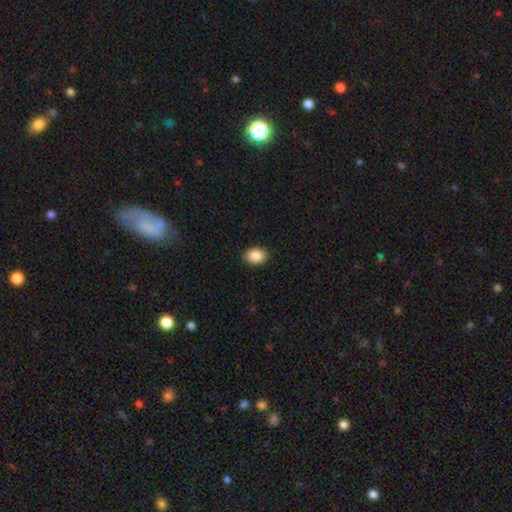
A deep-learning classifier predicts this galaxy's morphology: Q: Smooth or featured?
A: smooth (88%); runner-up: star or artifact (8%)
Q: How rounded?
A: in between (67%); runner-up: round (32%)
Q: Merging?
A: none (90%); runner-up: minor disturbance (8%)